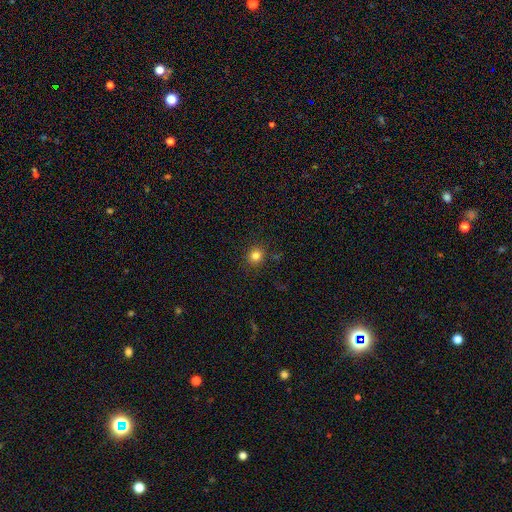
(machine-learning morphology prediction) This appears to be a smooth galaxy with no disk features (81%) that is round (89%). Merging: none (88%).